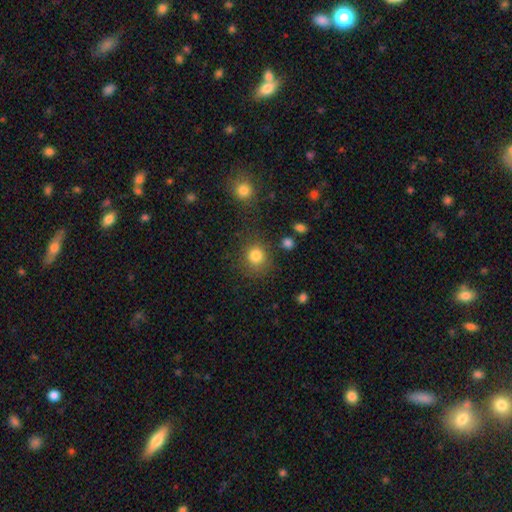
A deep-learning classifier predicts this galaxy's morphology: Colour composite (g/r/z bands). It shows a smooth galaxy with no disk features (83%) that is round (87%). Merging: none (80%).